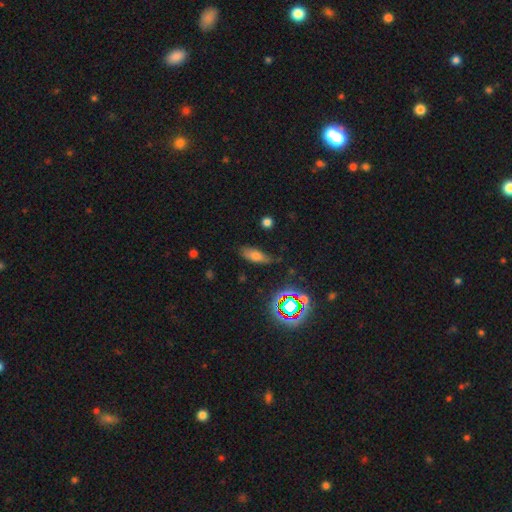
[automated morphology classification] Smooth or featured?
  - smooth: 66% *
  - star or artifact: 18%
  - featured or disk: 16%
How rounded?
  - in between: 71% *
  - cigar-shaped: 24%
  - round: 5%
Merging?
  - none: 62% *
  - minor disturbance: 28%
  - major disturbance: 8%
  - merger: 3%